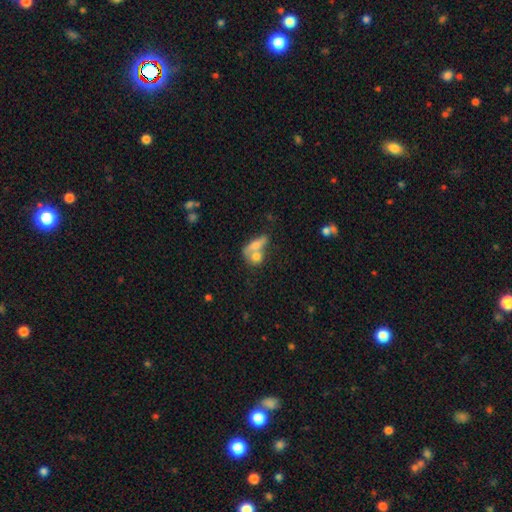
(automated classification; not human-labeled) Smooth or featured: smooth — 71% (featured or disk — 21%)
How rounded: in between — 49% (round — 38%)
Merging: merger — 57% (none — 27%)